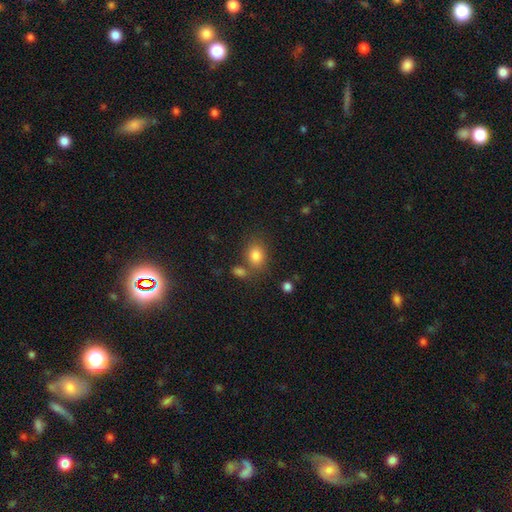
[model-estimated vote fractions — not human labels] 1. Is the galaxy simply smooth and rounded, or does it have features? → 82% smooth, 10% star or artifact, 7% featured or disk.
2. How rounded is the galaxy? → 56% in between, 43% round, 1% cigar-shaped.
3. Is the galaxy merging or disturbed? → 65% none, 17% merger, 13% minor disturbance, 5% major disturbance.